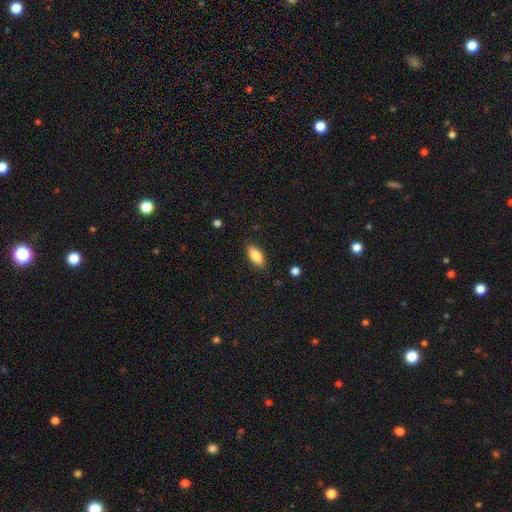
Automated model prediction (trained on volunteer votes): Smooth or featured? smooth (86%)
How rounded? in between (87%)
Merging? none (87%)